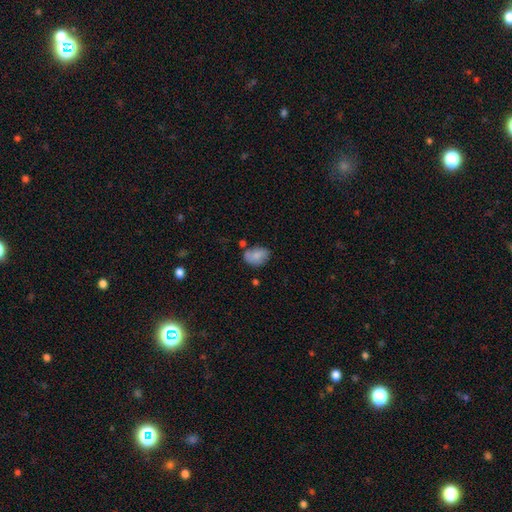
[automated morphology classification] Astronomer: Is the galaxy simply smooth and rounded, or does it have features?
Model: smooth — 75%.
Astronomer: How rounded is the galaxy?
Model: in between — 80%.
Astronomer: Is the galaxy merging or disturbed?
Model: none — 54%.